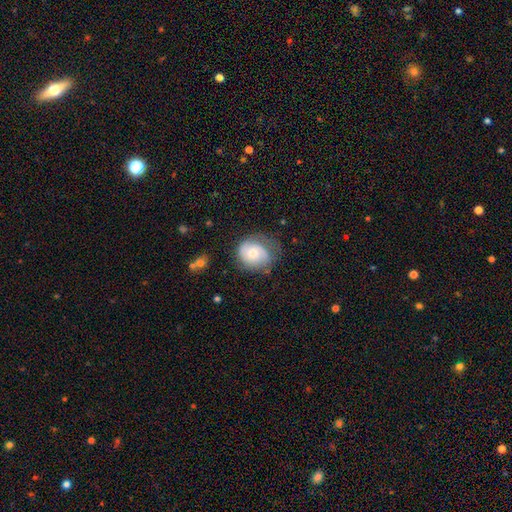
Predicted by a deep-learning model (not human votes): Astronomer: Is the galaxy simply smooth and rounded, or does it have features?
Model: smooth — 47% (runner-up: featured or disk, 46%).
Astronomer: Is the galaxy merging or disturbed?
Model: none — 56%.